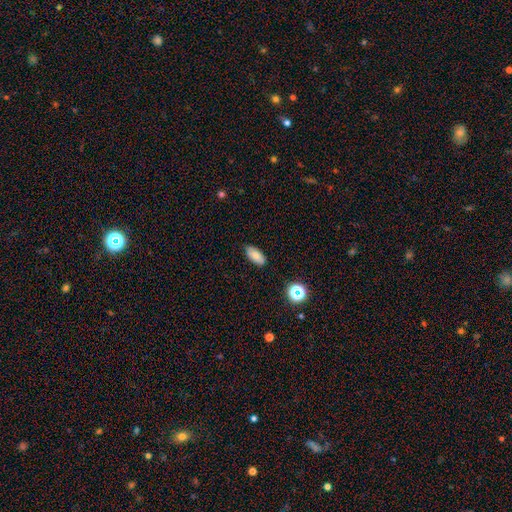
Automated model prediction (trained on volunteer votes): A smooth galaxy with no disk features (79%) that is in between round and cigar-shaped (88%).

Vote fractions:
- Smooth or featured? smooth: 79% / featured or disk: 11% / star or artifact: 10%
- How rounded? in between: 88% / cigar-shaped: 8% / round: 3%
- Merging? none: 84% / minor disturbance: 12% / major disturbance: 2% / merger: 1%